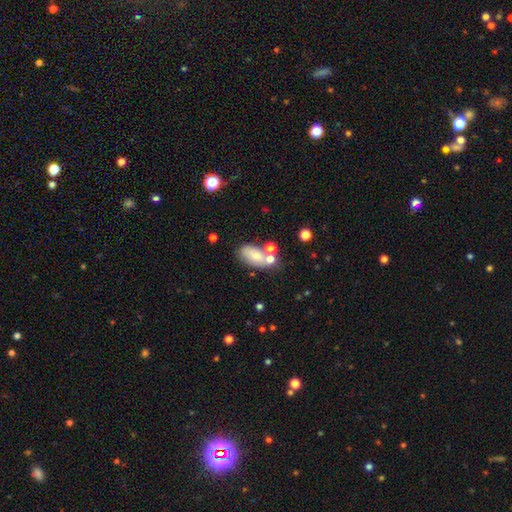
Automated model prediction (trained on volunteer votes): This is likely a smooth galaxy (71%). How rounded: clearly in between (88%). Merging: possibly none (50%).